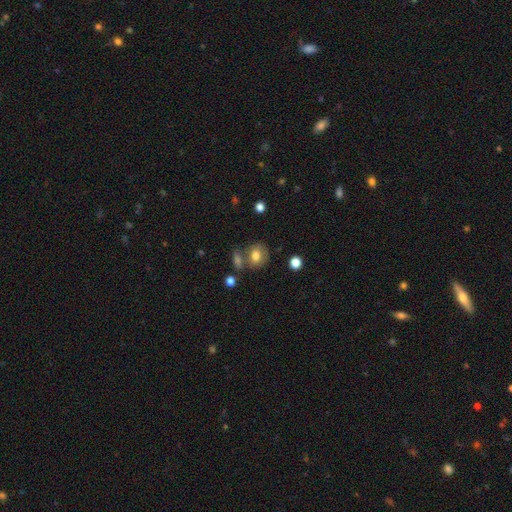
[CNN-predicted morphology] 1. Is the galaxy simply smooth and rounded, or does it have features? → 77% smooth, 14% featured or disk, 10% star or artifact.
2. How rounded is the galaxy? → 61% round, 37% in between, 1% cigar-shaped.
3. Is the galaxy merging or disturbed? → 60% none, 19% merger, 15% minor disturbance, 6% major disturbance.